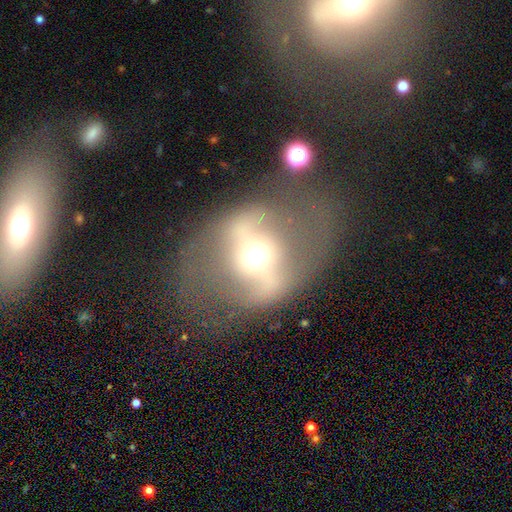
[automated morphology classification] This is likely a featured or disk galaxy (73%). It is clearly not viewed edge-on (90%). Bar: possibly strong (57%). Spiral arm pattern: possibly no (52%). Central bulge: likely moderate (61%). Merging: likely none (61%).